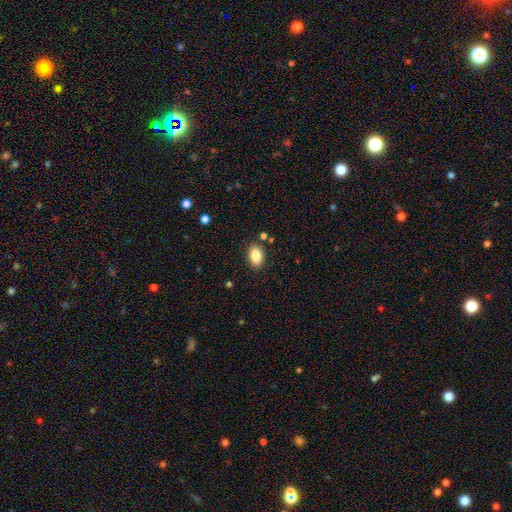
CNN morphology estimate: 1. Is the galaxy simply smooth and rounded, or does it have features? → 85% smooth, 8% star or artifact, 7% featured or disk.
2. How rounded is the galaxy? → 90% in between, 8% round, 2% cigar-shaped.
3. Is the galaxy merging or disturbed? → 87% none, 9% minor disturbance, 2% merger, 2% major disturbance.